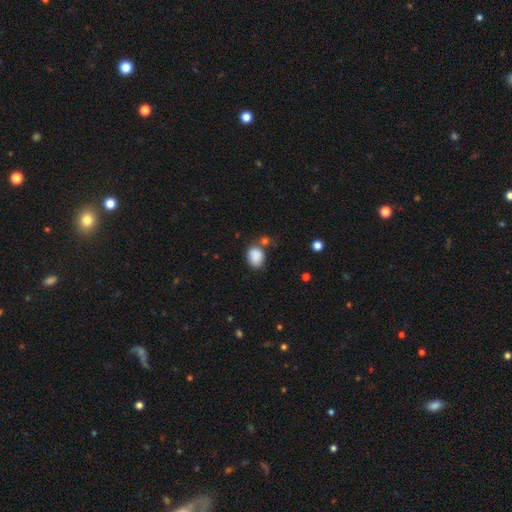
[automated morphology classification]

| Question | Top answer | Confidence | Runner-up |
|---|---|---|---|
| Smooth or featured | smooth | 87% | star or artifact (9%) |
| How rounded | in between | 59% | round (40%) |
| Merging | none | 60% | minor disturbance (19%) |